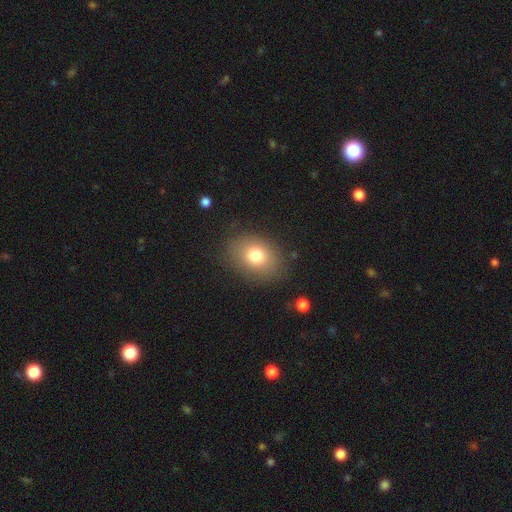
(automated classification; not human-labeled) smooth_or_featured: smooth (p=0.77) [alt: featured or disk p=0.12]
how_rounded: in between (p=0.65) [alt: round p=0.34]
merging: none (p=0.81) [alt: minor disturbance p=0.12]